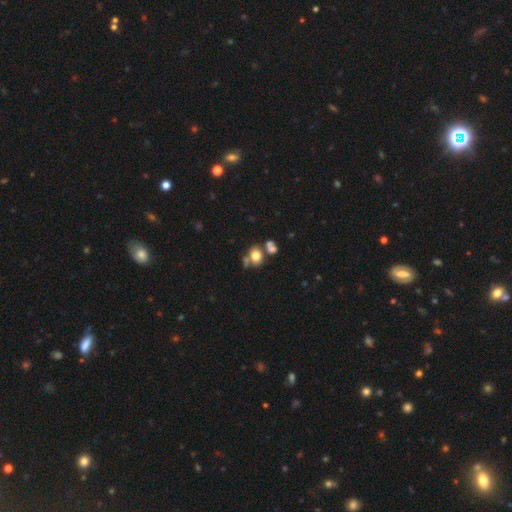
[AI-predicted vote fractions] smooth-or-featured: smooth: 74% | featured or disk: 13% | star or artifact: 13%
  how-rounded: round: 59% | in between: 40% | cigar-shaped: 1%
  merging: none: 49% | merger: 30% | minor disturbance: 14% | major disturbance: 7%